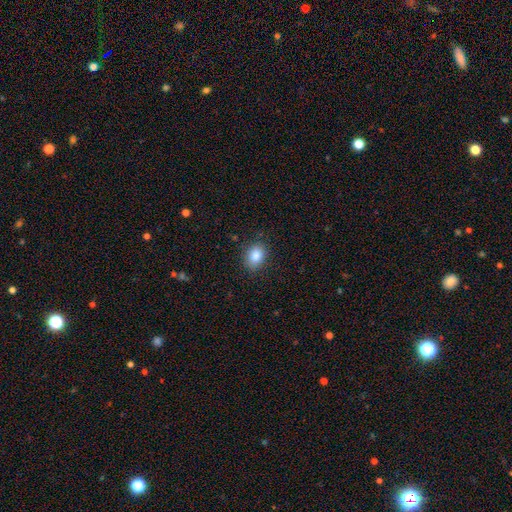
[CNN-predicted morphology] Overall: smooth (85%). How rounded: in between (66%; round 33%). Merging: none (85%).